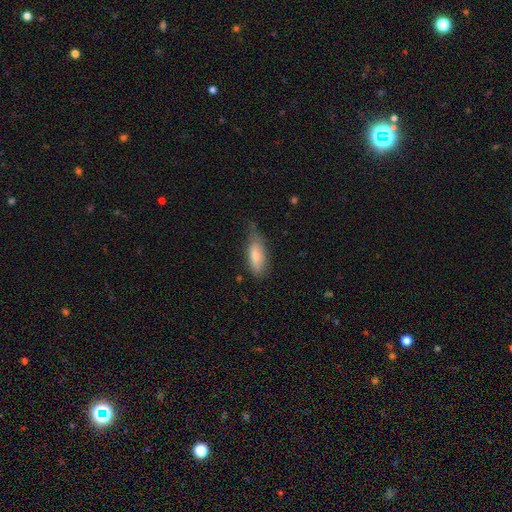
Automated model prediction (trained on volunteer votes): smooth-or-featured: smooth: 75% | featured or disk: 19% | star or artifact: 6%
  how-rounded: in between: 70% | cigar-shaped: 28% | round: 2%
  merging: none: 56% | minor disturbance: 34% | major disturbance: 8% | merger: 2%